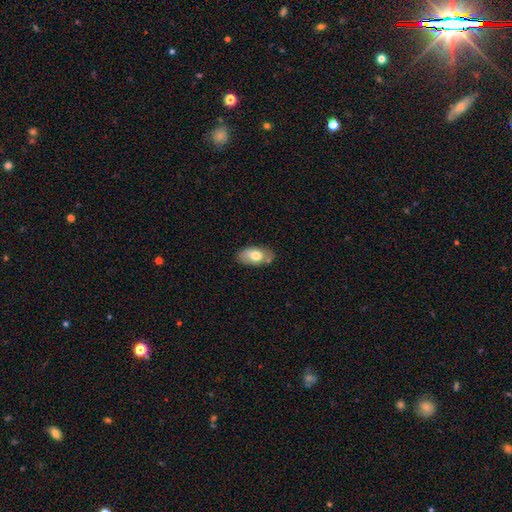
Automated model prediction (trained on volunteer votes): A smooth galaxy with no disk features (71%) that is in between round and cigar-shaped (92%).

Vote fractions:
- Smooth or featured? smooth: 71% / featured or disk: 23% / star or artifact: 7%
- How rounded? in between: 92% / round: 6% / cigar-shaped: 2%
- Merging? none: 71% / minor disturbance: 20% / merger: 5% / major disturbance: 4%